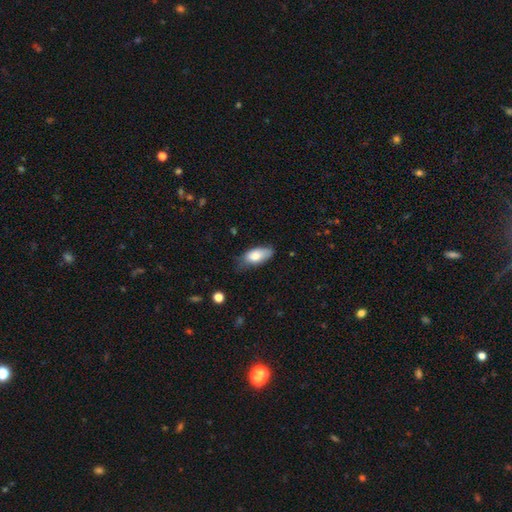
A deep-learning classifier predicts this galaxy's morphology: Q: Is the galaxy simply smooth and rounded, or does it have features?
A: smooth — 80%.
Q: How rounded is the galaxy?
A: in between — 89%.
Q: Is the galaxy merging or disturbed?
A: none — 52%.